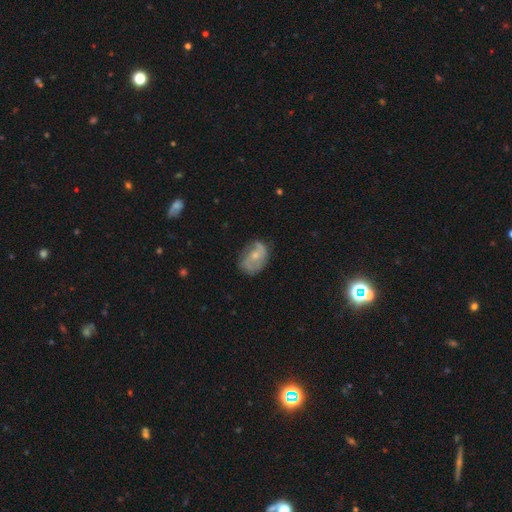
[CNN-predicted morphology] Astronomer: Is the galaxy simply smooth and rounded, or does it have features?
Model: featured or disk — 61%.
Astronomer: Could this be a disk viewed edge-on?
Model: no — 96%.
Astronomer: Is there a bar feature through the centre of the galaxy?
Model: no — 66%.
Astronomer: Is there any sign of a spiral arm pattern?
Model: yes — 75%.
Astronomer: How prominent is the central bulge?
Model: moderate — 47% (runner-up: small, 45%).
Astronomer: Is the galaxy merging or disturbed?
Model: none — 57%.